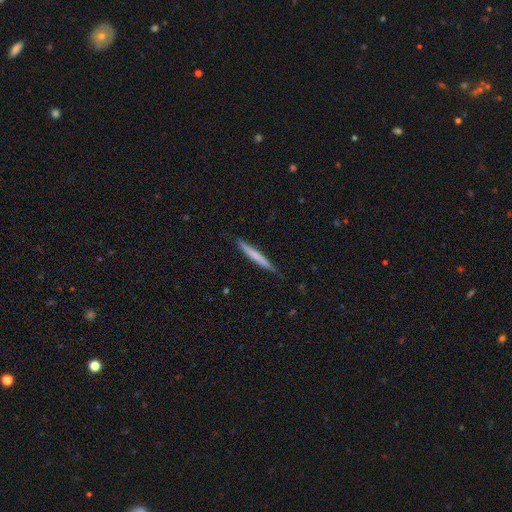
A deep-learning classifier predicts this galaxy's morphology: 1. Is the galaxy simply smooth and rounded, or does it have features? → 61% smooth, 34% featured or disk, 5% star or artifact.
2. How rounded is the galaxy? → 96% cigar-shaped, 3% in between, 1% round.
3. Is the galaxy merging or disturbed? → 85% none, 12% minor disturbance, 2% major disturbance, 1% merger.